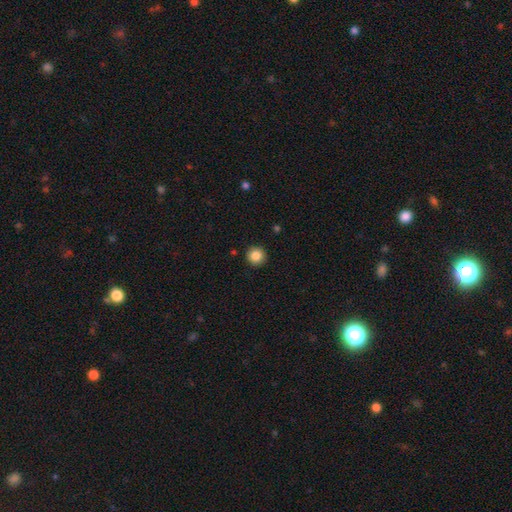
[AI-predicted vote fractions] smooth 85%, star or artifact 10%, featured or disk 5%. Down the decision tree: how rounded — round (94%); merging — none (92%).